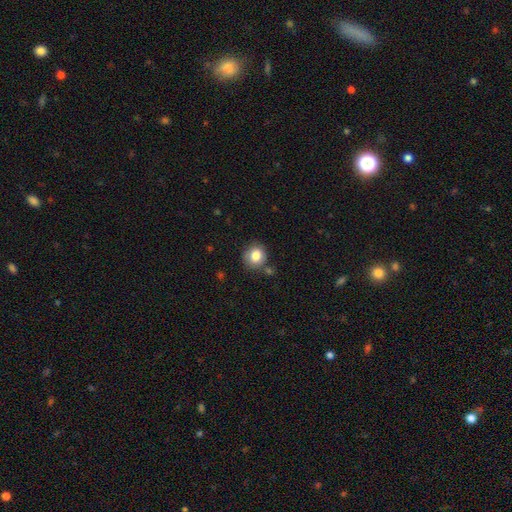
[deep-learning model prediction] Smooth or featured: smooth — 82% (star or artifact — 10%)
How rounded: round — 82% (in between — 17%)
Merging: none — 77% (minor disturbance — 14%)